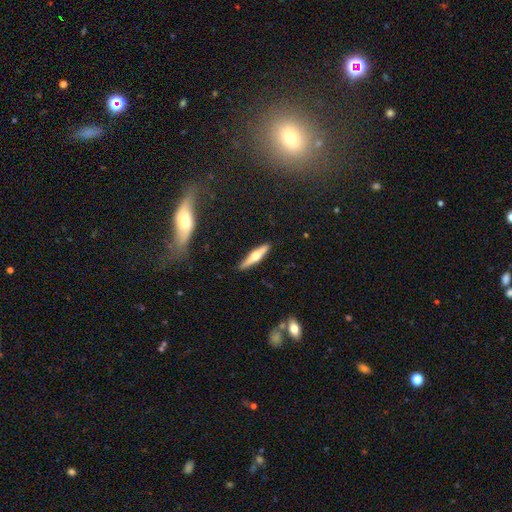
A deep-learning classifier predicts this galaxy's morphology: A featured or disk galaxy (57%) viewed edge-on (95%) with a rounded central bulge (91%). Merging: none (88%).